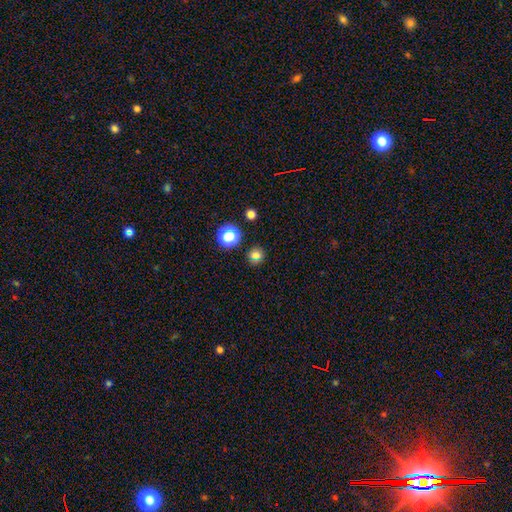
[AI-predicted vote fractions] This appears to be a smooth galaxy with no disk features (75%) that is round (86%). Merging: none (86%).